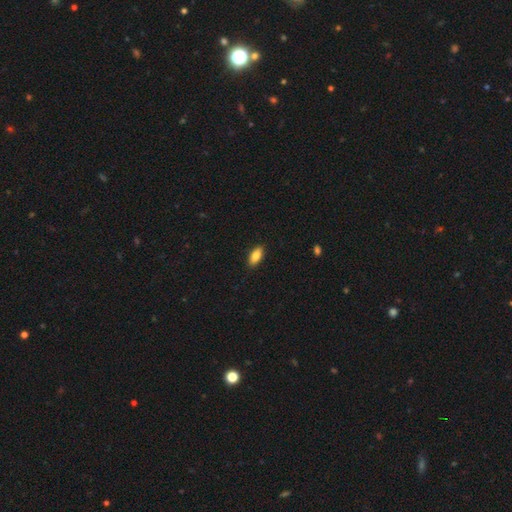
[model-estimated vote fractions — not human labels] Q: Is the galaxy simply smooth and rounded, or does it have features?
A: smooth — 86%.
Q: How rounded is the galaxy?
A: in between — 86%.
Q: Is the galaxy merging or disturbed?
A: none — 89%.